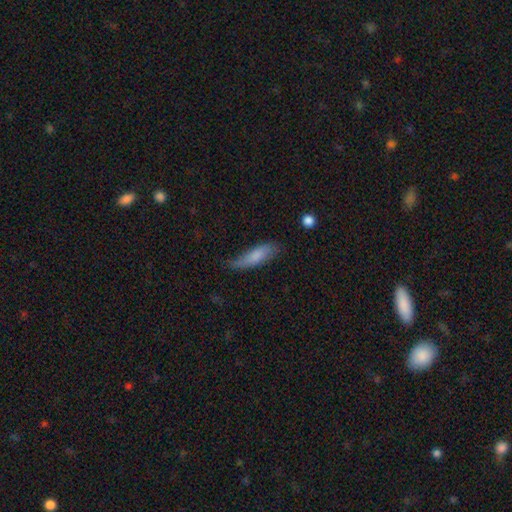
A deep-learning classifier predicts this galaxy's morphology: This is likely a smooth galaxy (75%). How rounded: possibly in between (51%). Merging: possibly none (53%).